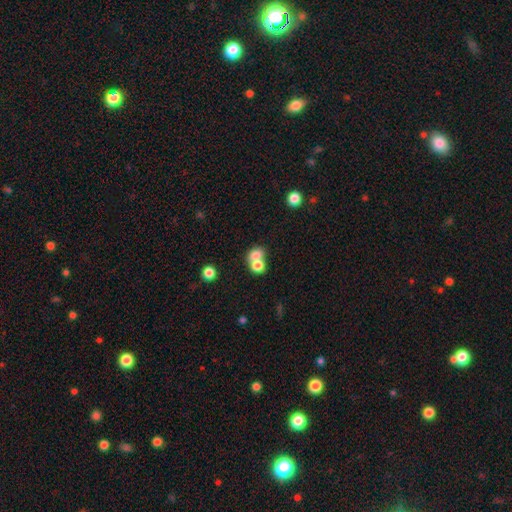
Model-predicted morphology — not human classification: type=smooth (76%); roundness=round (54%); merging=merger (62%).